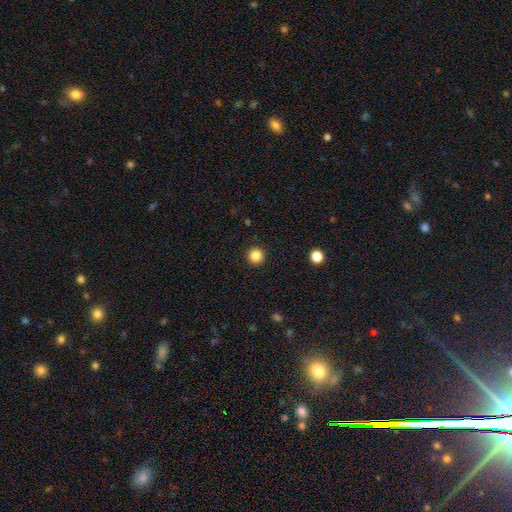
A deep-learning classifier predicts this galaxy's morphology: A smooth galaxy with no disk features (86%) that is round (96%).

Vote fractions:
- Smooth or featured? smooth: 86% / star or artifact: 11% / featured or disk: 3%
- How rounded? round: 96% / in between: 3% / cigar-shaped: 1%
- Merging? none: 93% / minor disturbance: 4% / major disturbance: 2% / merger: 1%